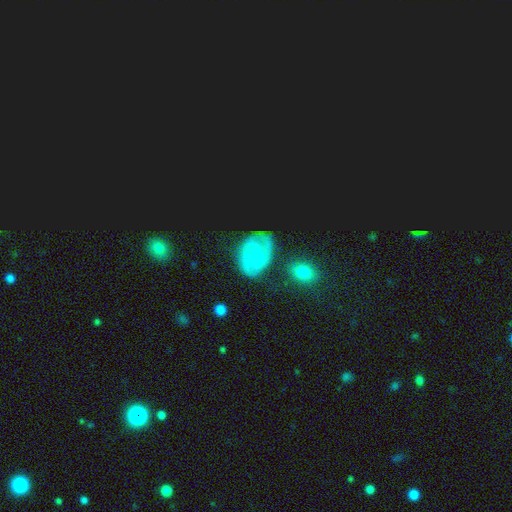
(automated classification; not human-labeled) Smooth or featured: featured or disk — 80% (smooth — 12%)
Edge-on disk: no — 98% (yes — 2%)
Bar: no — 57% (weak — 36%)
Spiral arms: yes — 94% (no — 6%)
Spiral winding: tight — 54% (medium — 37%)
Spiral arm count: 2 — 61% (can't tell — 16%)
Bulge size: small — 76% (moderate — 17%)
Merging: none — 69% (minor disturbance — 19%)